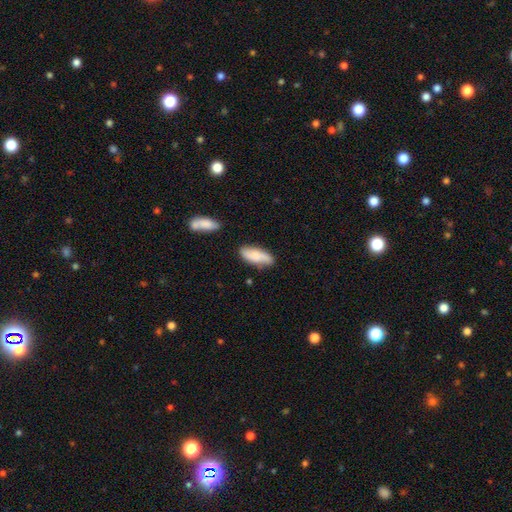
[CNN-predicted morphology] Q: Smooth or featured?
A: smooth (69%); runner-up: featured or disk (24%)
Q: How rounded?
A: in between (74%); runner-up: cigar-shaped (24%)
Q: Merging?
A: none (74%); runner-up: minor disturbance (18%)